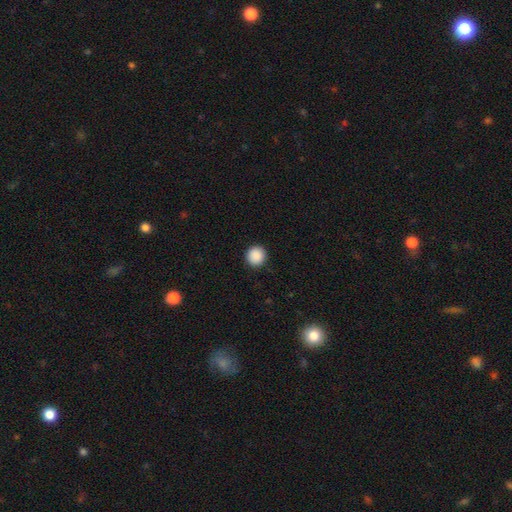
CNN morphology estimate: A smooth galaxy with no disk features (90%) that is round (95%).

Vote fractions:
- Smooth or featured? smooth: 90% / star or artifact: 8% / featured or disk: 2%
- How rounded? round: 95% / in between: 4% / cigar-shaped: 1%
- Merging? none: 93% / minor disturbance: 5% / major disturbance: 2% / merger: 1%